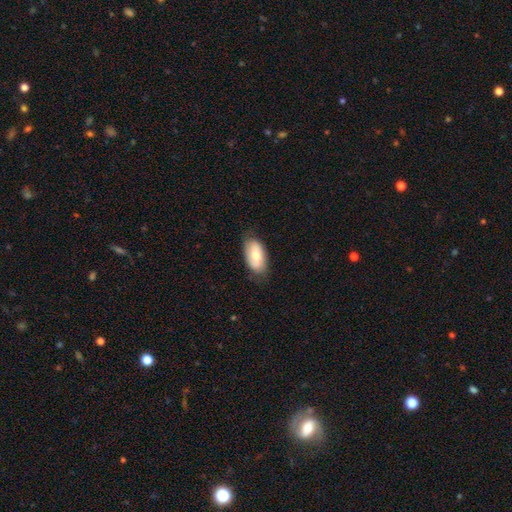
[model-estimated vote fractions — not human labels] Smooth or featured: smooth — 62% (featured or disk — 32%)
How rounded: in between — 94% (cigar-shaped — 3%)
Merging: none — 71% (minor disturbance — 22%)